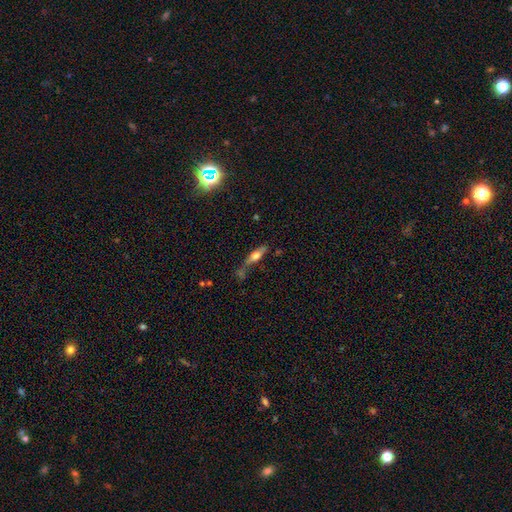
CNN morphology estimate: smooth-or-featured: featured or disk: 47% | smooth: 44% | star or artifact: 8%
  merging: none: 56% | minor disturbance: 20% | merger: 15% | major disturbance: 9%